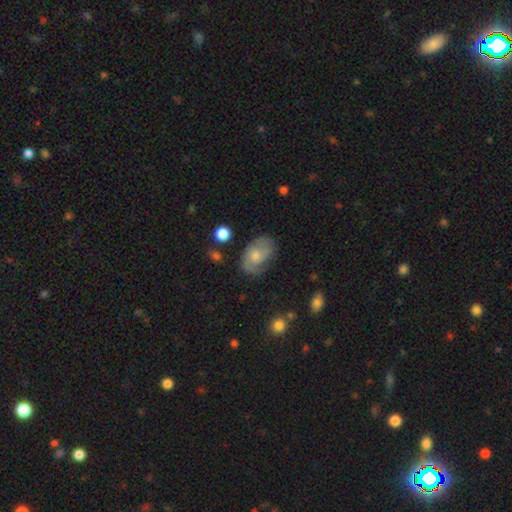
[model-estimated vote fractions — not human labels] The model was most divided on "bulge size": moderate: 50%, small: 41%, none: 4%, large: 4%, dominant: 1%. More confident: edge-on disk — no (96%); spiral arms — yes (85%); bar — no (72%); merging — none (69%); smooth or featured — featured or disk (61%).